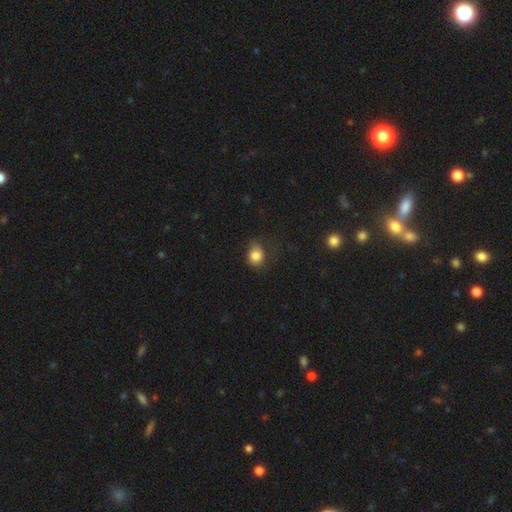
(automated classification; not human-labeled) Morphology: type=smooth (82%); roundness=round (61%); merging=none (52%).